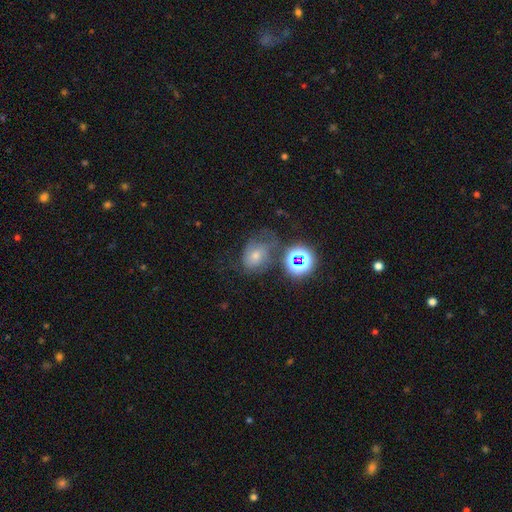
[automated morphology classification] The model was most divided on "smooth or featured": featured or disk: 37%, smooth: 32%, star or artifact: 31%. Remaining: merging — none (49%).